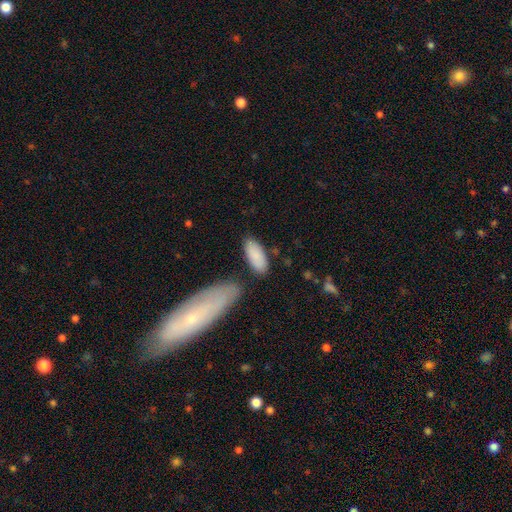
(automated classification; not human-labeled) Morphology: type=smooth (87%); roundness=in between (86%); merging=none (76%).